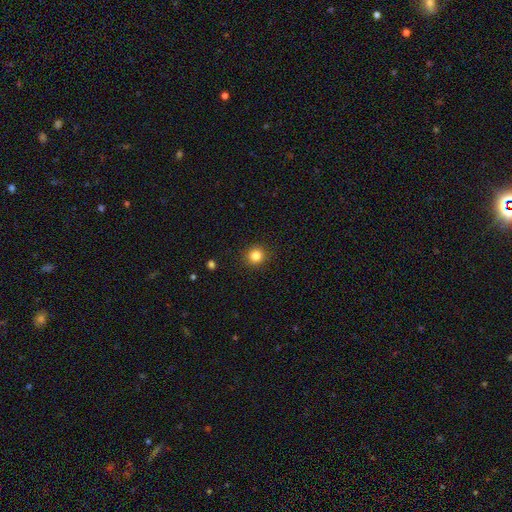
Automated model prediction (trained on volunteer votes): This is clearly a smooth galaxy (84%). How rounded: clearly round (92%). Merging: clearly none (91%).